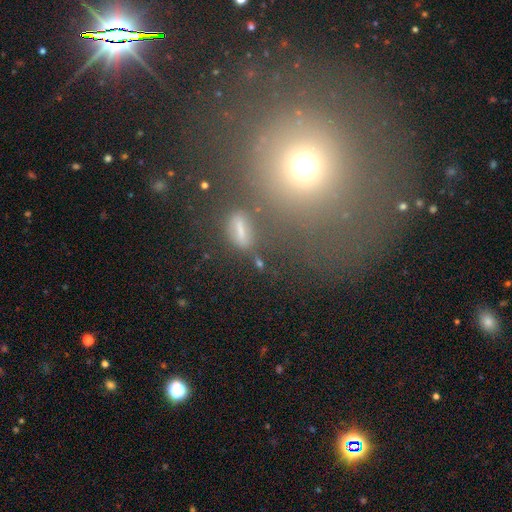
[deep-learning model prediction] smooth-or-featured: smooth: 54% | star or artifact: 30% | featured or disk: 16%
  how-rounded: round: 68% | in between: 28% | cigar-shaped: 4%
  merging: none: 62% | merger: 14% | minor disturbance: 13% | major disturbance: 10%